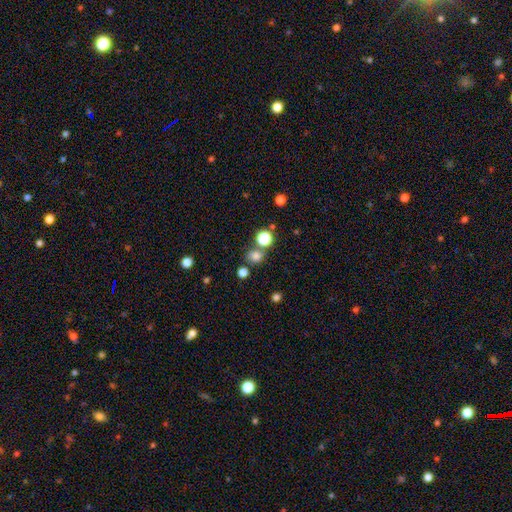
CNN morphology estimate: Smooth or featured? Predicted: smooth (p=0.74). How rounded? Predicted: round (p=0.79). Merging? Predicted: none (p=0.68).